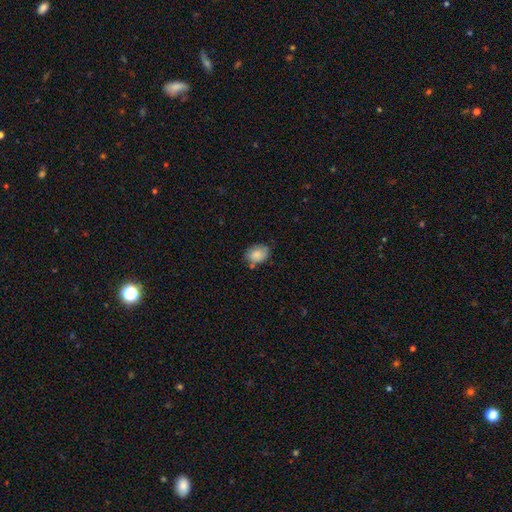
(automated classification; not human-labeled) A smooth galaxy with no disk features (82%) that is in between round and cigar-shaped (66%).

Vote fractions:
- Smooth or featured? smooth: 82% / featured or disk: 10% / star or artifact: 8%
- How rounded? in between: 66% / round: 33% / cigar-shaped: 1%
- Merging? none: 62% / minor disturbance: 25% / merger: 7% / major disturbance: 5%